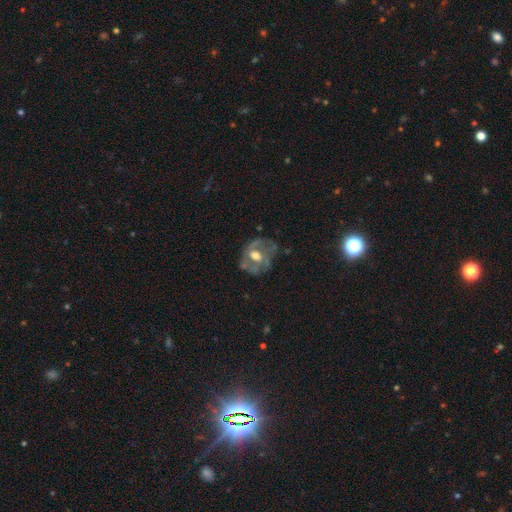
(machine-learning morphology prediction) Smooth or featured? featured or disk (71%)
Edge-on disk? no (97%)
Bar? no (56%)
Spiral arms? yes (58%)
Bulge size? moderate (66%)
Merging? none (51%)